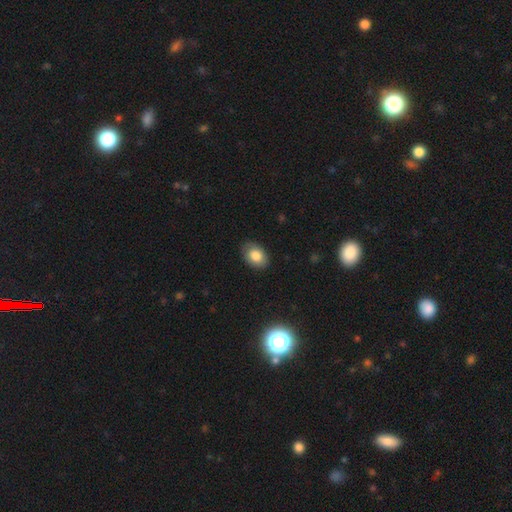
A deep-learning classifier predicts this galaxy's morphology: A smooth galaxy with no disk features (81%) that is in between round and cigar-shaped (82%).

Vote fractions:
- Smooth or featured? smooth: 81% / featured or disk: 11% / star or artifact: 8%
- How rounded? in between: 82% / round: 17% / cigar-shaped: 1%
- Merging? none: 84% / minor disturbance: 12% / major disturbance: 2% / merger: 1%